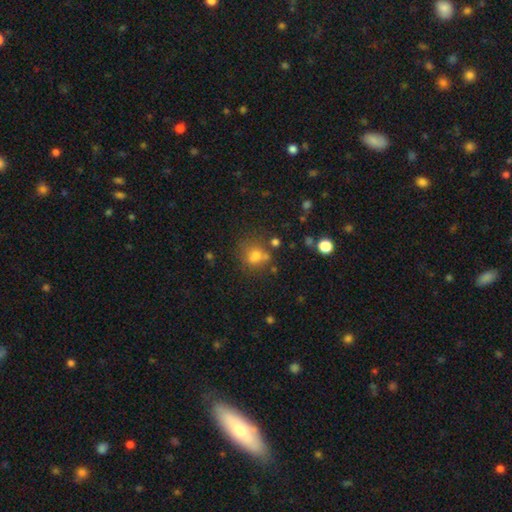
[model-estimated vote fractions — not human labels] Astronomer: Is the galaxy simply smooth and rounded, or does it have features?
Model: smooth — 69%.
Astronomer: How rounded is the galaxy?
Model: round — 65%.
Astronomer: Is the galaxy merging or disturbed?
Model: none — 55%.